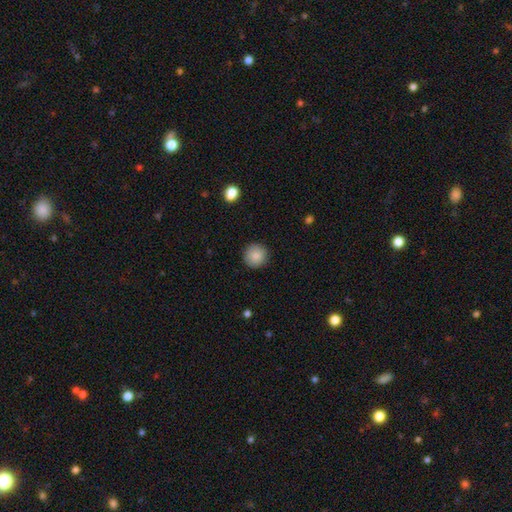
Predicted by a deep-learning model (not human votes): Morphology: type=smooth (87%); roundness=round (95%); merging=none (90%).